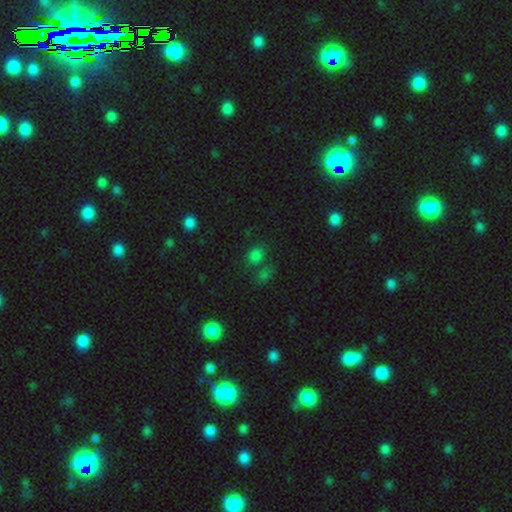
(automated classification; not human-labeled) Overall: smooth (68%). How rounded: round (64%; in between 34%). Merging: none (59%; merger 24%).